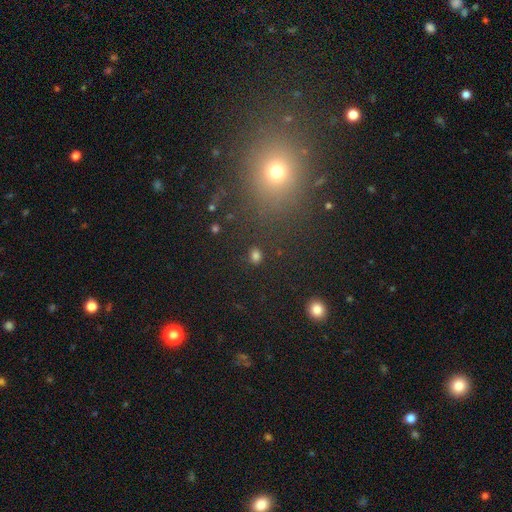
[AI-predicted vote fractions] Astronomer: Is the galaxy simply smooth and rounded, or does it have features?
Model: smooth — 78%.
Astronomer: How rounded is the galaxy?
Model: round — 56% (runner-up: in between, 43%).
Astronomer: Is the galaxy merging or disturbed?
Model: none — 86%.